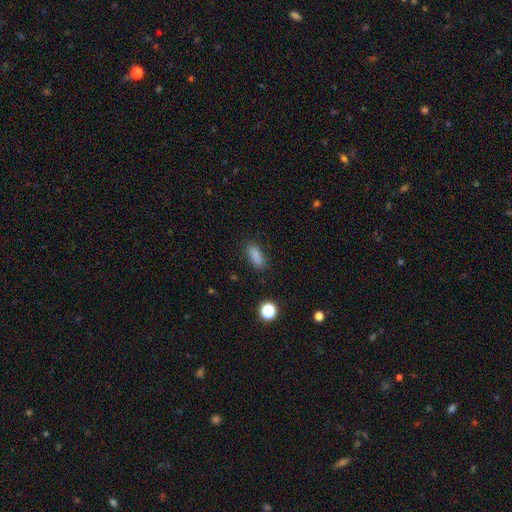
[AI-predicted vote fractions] This is clearly a smooth galaxy (85%). How rounded: likely in between (76%). Merging: clearly none (85%).